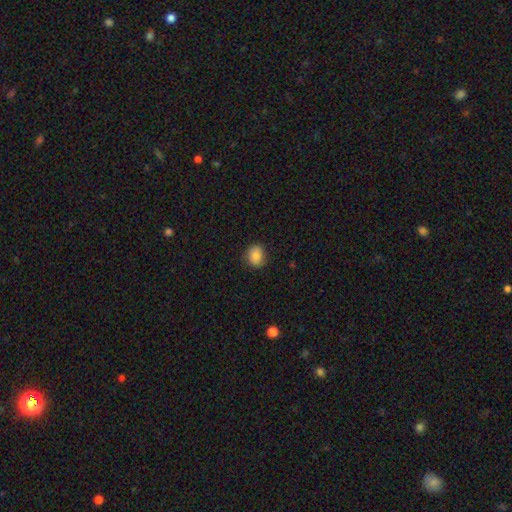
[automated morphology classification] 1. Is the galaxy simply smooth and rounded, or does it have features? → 85% smooth, 9% star or artifact, 6% featured or disk.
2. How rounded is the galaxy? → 70% round, 29% in between, 1% cigar-shaped.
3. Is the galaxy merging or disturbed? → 83% none, 13% minor disturbance, 3% major disturbance, 1% merger.